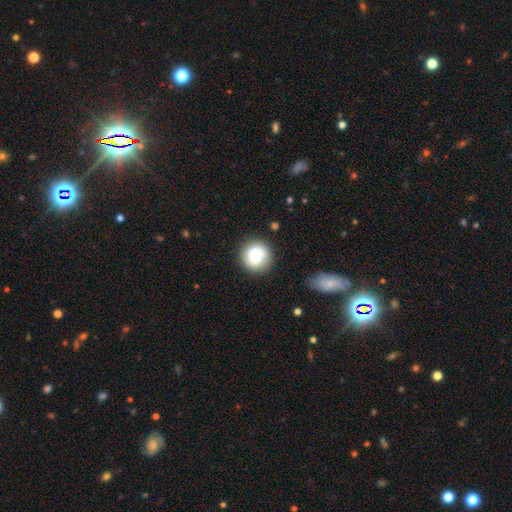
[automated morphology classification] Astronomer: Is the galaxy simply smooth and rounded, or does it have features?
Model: smooth — 71%.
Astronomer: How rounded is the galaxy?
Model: round — 92%.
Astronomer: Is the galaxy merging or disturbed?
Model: none — 81%.